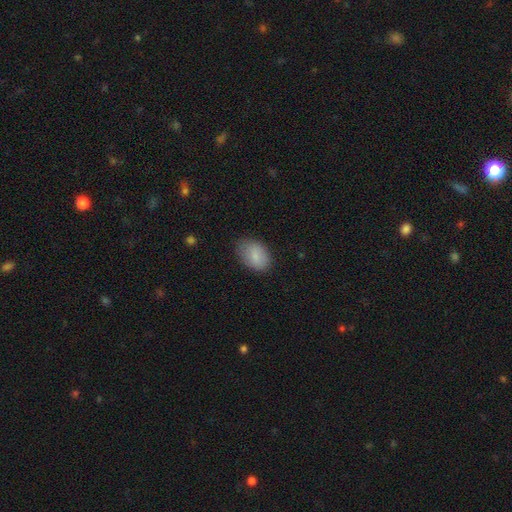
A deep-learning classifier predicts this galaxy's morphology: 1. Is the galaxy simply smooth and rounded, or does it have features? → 84% smooth, 9% featured or disk, 7% star or artifact.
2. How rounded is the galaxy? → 87% in between, 12% round, 1% cigar-shaped.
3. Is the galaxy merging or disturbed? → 75% none, 20% minor disturbance, 4% major disturbance, 1% merger.